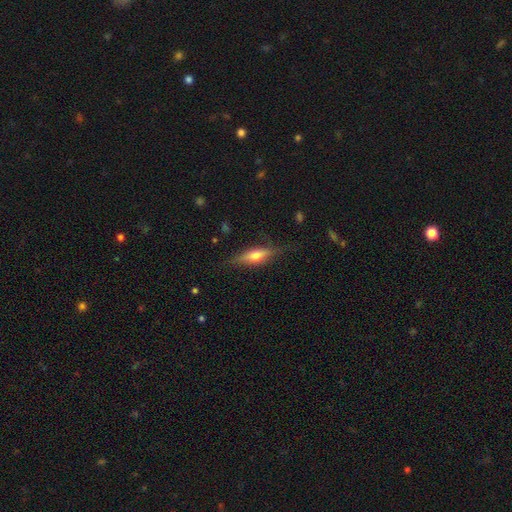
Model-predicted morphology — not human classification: A featured or disk galaxy (47%). Merging: none (73%).